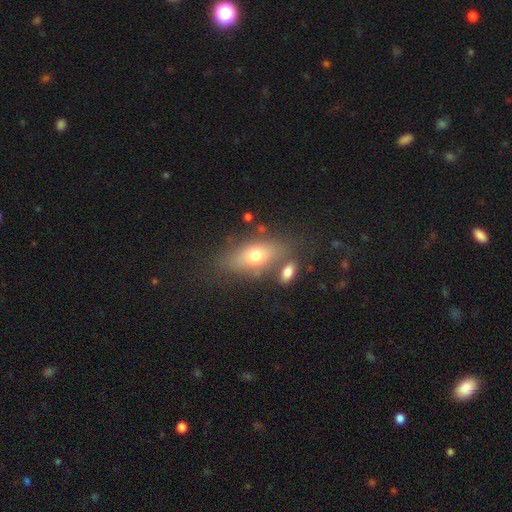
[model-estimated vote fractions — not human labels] Morphology: type=smooth (67%); roundness=in between (78%); merging=none (63%).